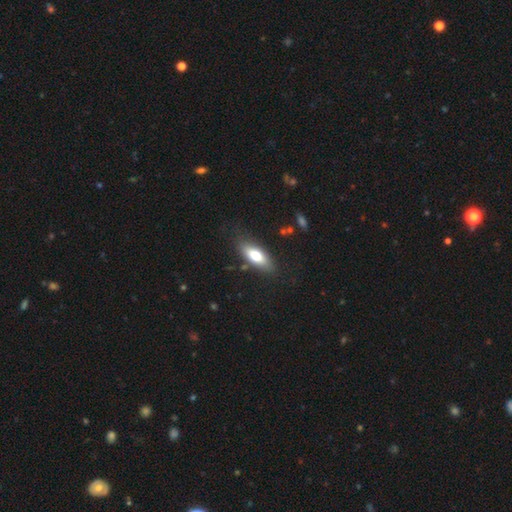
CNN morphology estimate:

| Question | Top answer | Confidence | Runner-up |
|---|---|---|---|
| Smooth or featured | smooth | 70% | featured or disk (23%) |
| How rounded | in between | 75% | cigar-shaped (23%) |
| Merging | none | 80% | minor disturbance (14%) |